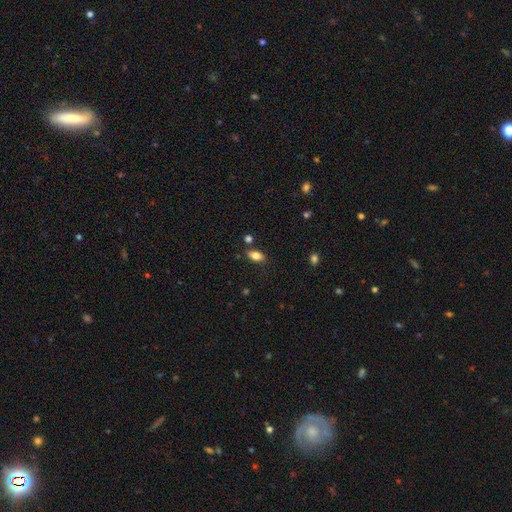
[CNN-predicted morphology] smooth_or_featured: smooth (p=0.82) [alt: featured or disk p=0.10]
how_rounded: in between (p=0.89) [alt: cigar-shaped p=0.06]
merging: none (p=0.79) [alt: minor disturbance p=0.13]